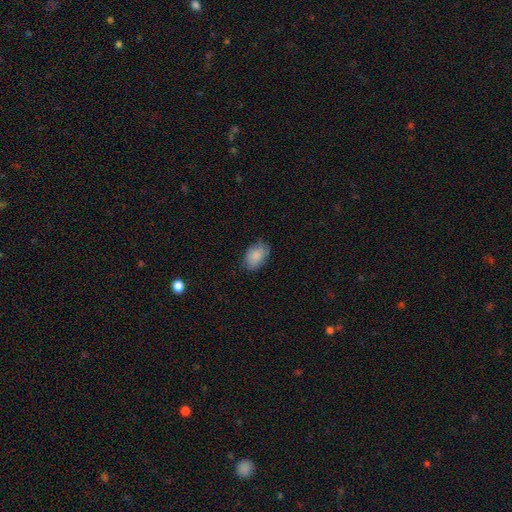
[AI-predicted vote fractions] Q: Smooth or featured?
A: smooth (87%); runner-up: star or artifact (7%)
Q: How rounded?
A: in between (88%); runner-up: round (11%)
Q: Merging?
A: none (77%); runner-up: minor disturbance (18%)